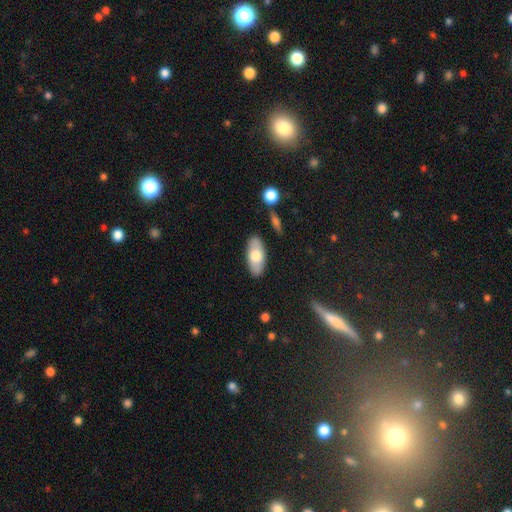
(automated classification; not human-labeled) smooth 69%, featured or disk 26%, star or artifact 6%. Down the decision tree: how rounded — in between (89%); merging — none (86%).